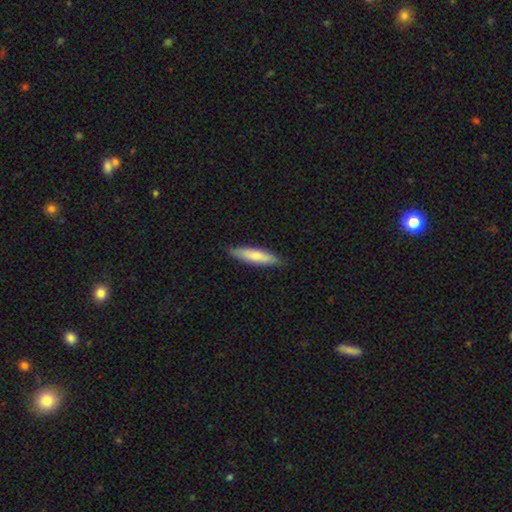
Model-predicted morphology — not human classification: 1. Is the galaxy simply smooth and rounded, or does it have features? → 72% smooth, 23% featured or disk, 5% star or artifact.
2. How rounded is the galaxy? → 73% cigar-shaped, 26% in between, 1% round.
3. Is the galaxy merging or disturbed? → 86% none, 11% minor disturbance, 2% major disturbance, 1% merger.